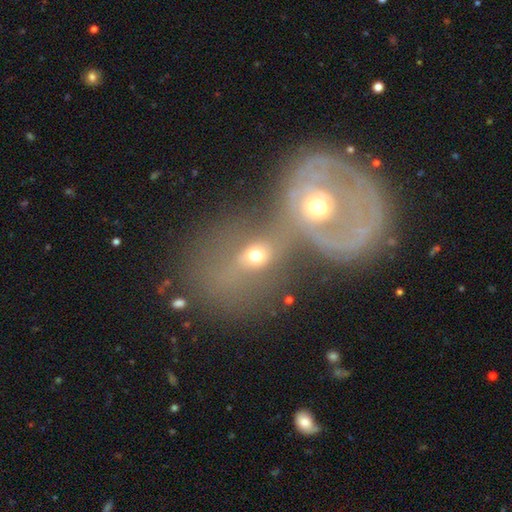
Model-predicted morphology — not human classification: A smooth galaxy with no disk features (60%) that is in between round and cigar-shaped (49%).

Vote fractions:
- Smooth or featured? smooth: 60% / featured or disk: 23% / star or artifact: 17%
- How rounded? in between: 49% / round: 46% / cigar-shaped: 4%
- Merging? merger: 63% / none: 22% / major disturbance: 8% / minor disturbance: 7%